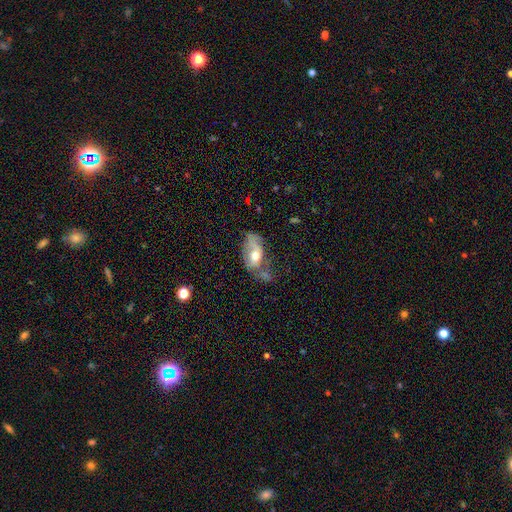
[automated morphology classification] smooth-or-featured: smooth: 51% | featured or disk: 40% | star or artifact: 8%
  how-rounded: in between: 88% | round: 8% | cigar-shaped: 4%
  merging: major disturbance: 31% | minor disturbance: 28% | none: 26% | merger: 15%